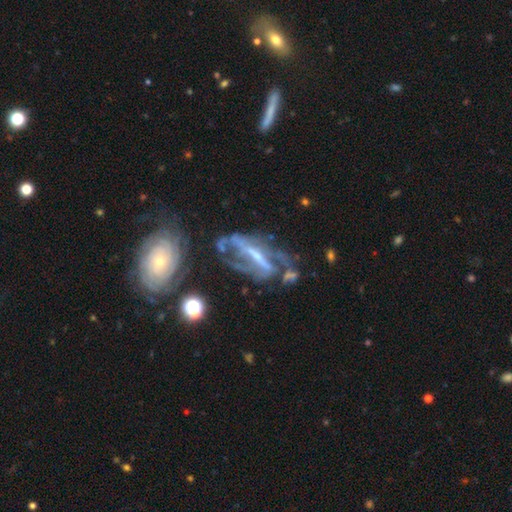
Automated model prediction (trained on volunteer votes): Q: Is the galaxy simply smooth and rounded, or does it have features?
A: featured or disk — 81%.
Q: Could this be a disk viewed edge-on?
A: no — 83%.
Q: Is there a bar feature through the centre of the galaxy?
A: strong — 60%.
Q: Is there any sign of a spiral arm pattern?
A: yes — 79%.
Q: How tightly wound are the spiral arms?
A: medium — 38%.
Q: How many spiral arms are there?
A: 2 — 48%.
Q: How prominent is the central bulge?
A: small — 60%.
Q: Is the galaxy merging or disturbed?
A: none — 41%.